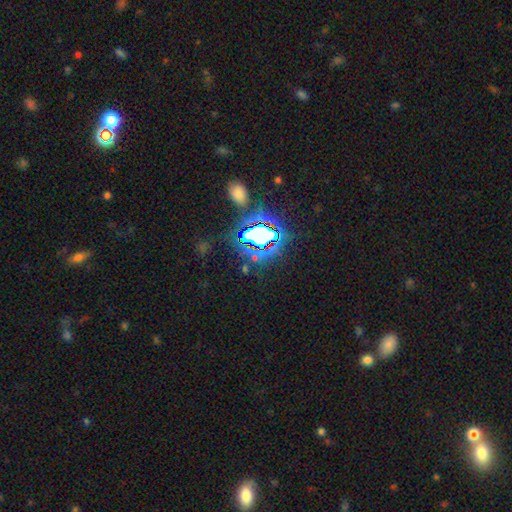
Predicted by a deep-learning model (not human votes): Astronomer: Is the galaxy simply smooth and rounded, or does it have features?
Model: star or artifact — 75%.